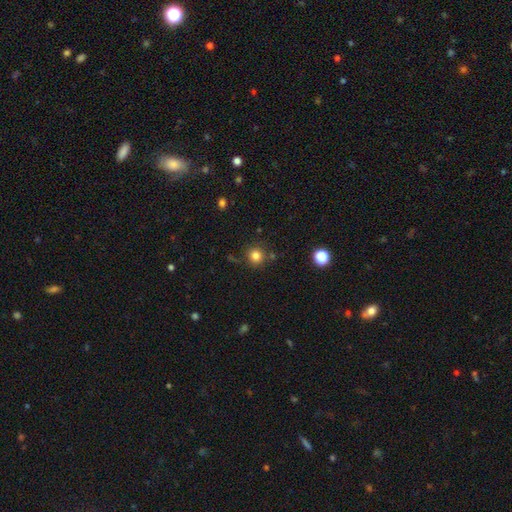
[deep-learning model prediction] Overall: smooth (81%). How rounded: round (93%). Merging: none (82%).